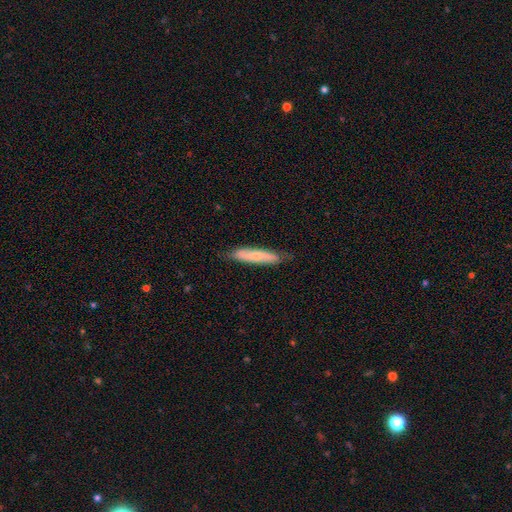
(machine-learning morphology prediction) A smooth galaxy with no disk features (60%) that is cigar-shaped (86%). Merging: none (79%).